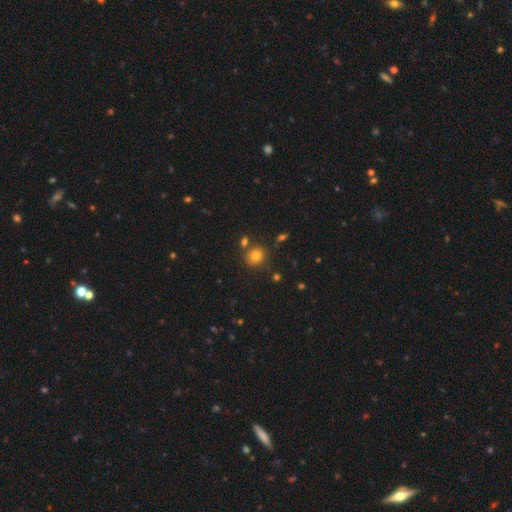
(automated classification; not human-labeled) smooth-or-featured: smooth: 79% | star or artifact: 13% | featured or disk: 8%
  how-rounded: round: 80% | in between: 19% | cigar-shaped: 1%
  merging: none: 77% | minor disturbance: 10% | merger: 10% | major disturbance: 3%